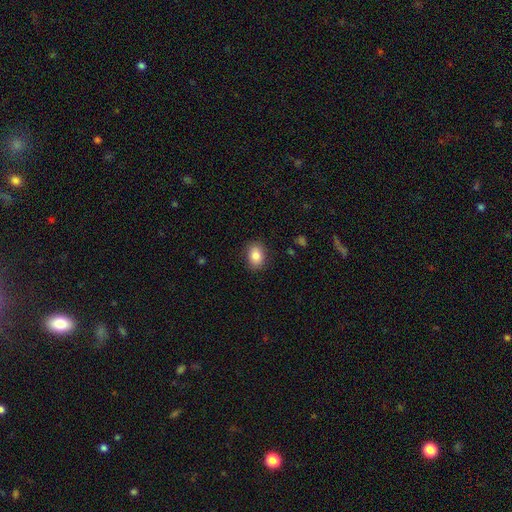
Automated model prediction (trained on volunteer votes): Smooth or featured? Predicted: smooth (p=0.84). How rounded? Predicted: in between (p=0.71). Merging? Predicted: none (p=0.87).